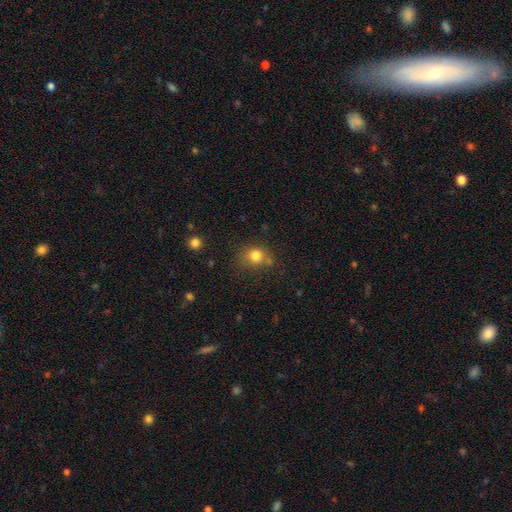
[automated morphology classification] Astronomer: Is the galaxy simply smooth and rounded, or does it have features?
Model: smooth — 80%.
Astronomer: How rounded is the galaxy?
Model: round — 77%.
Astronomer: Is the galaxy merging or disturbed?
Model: none — 63%.